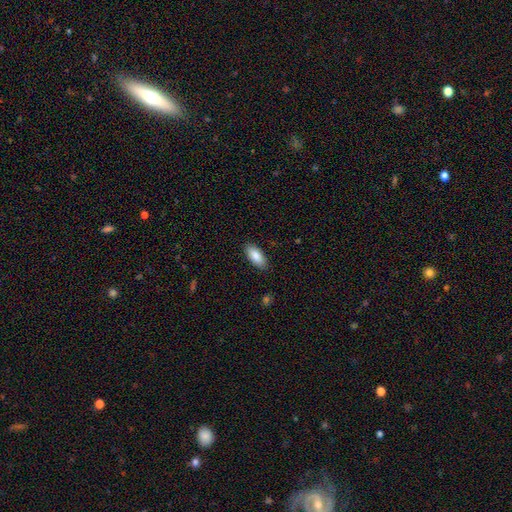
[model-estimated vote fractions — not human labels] smooth_or_featured: smooth (p=0.87) [alt: featured or disk p=0.07]
how_rounded: in between (p=0.88) [alt: cigar-shaped p=0.11]
merging: none (p=0.88) [alt: minor disturbance p=0.09]